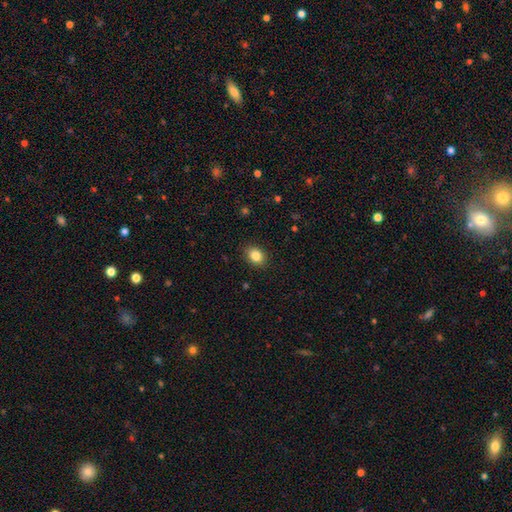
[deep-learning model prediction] smooth_or_featured: smooth (p=0.85) [alt: star or artifact p=0.09]
how_rounded: in between (p=0.60) [alt: round p=0.39]
merging: none (p=0.89) [alt: minor disturbance p=0.08]